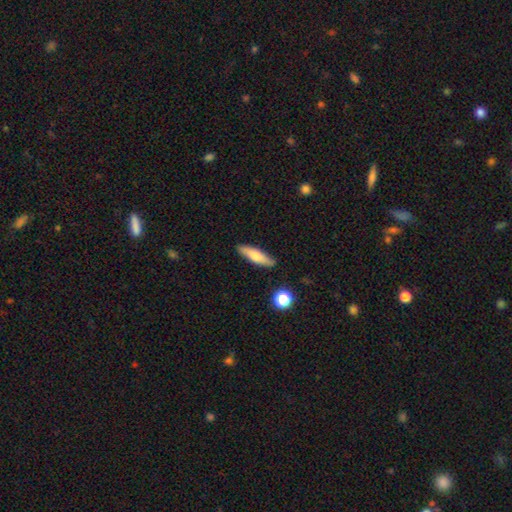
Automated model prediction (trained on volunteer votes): smooth_or_featured: smooth (p=0.67) [alt: featured or disk p=0.27]
how_rounded: cigar-shaped (p=0.67) [alt: in between p=0.30]
merging: none (p=0.86) [alt: minor disturbance p=0.10]